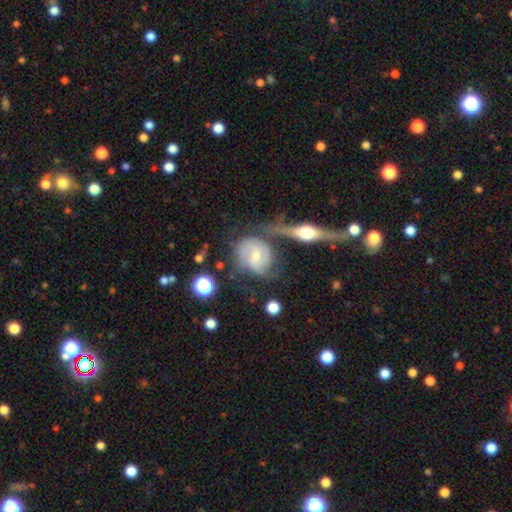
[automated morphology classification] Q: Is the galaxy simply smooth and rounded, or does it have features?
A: featured or disk — 74%.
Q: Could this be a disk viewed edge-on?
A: no — 94%.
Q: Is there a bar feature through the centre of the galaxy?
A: no — 47%.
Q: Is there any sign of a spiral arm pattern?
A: yes — 89%.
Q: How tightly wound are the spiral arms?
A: tight — 45%.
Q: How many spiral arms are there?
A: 2 — 53%.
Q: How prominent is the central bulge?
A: moderate — 53%.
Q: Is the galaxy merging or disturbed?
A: none — 38%.